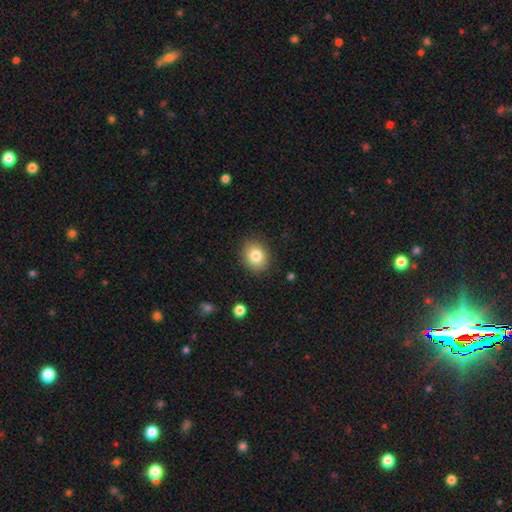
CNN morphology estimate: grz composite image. It shows a smooth galaxy with no disk features (82%) that is round (59%). Merging: none (87%).